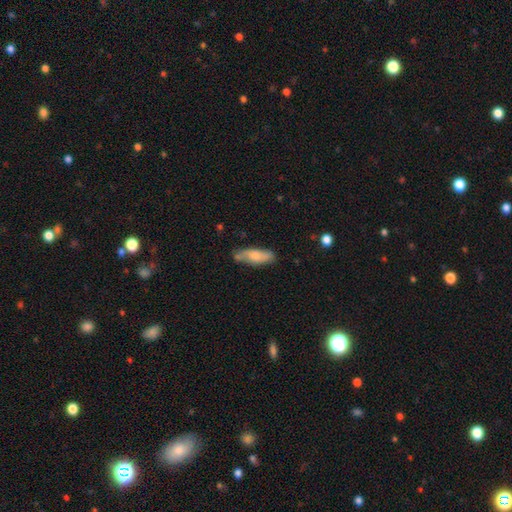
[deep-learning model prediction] Overall: smooth (65%; featured or disk 29%). How rounded: in between (55%; cigar-shaped 43%). Merging: none (69%).